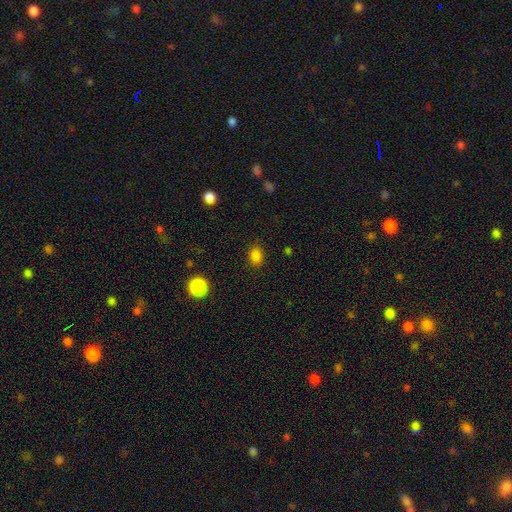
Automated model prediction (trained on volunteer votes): smooth-or-featured: smooth: 83% | star or artifact: 14% | featured or disk: 4%
  how-rounded: in between: 69% | round: 30% | cigar-shaped: 1%
  merging: none: 86% | minor disturbance: 9% | major disturbance: 3% | merger: 1%